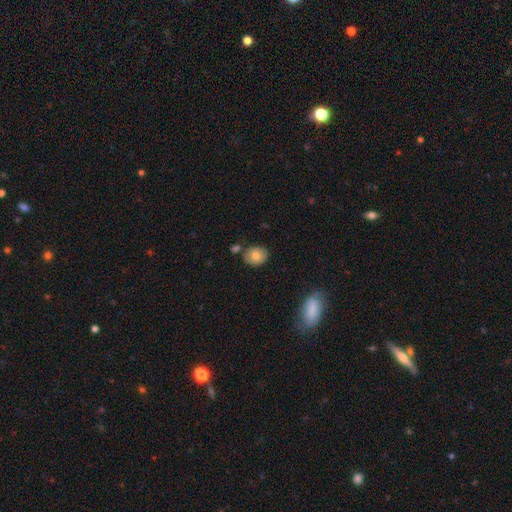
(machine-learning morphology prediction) Smooth or featured? Predicted: smooth (p=0.78). How rounded? Predicted: round (p=0.63). Merging? Predicted: none (p=0.77).